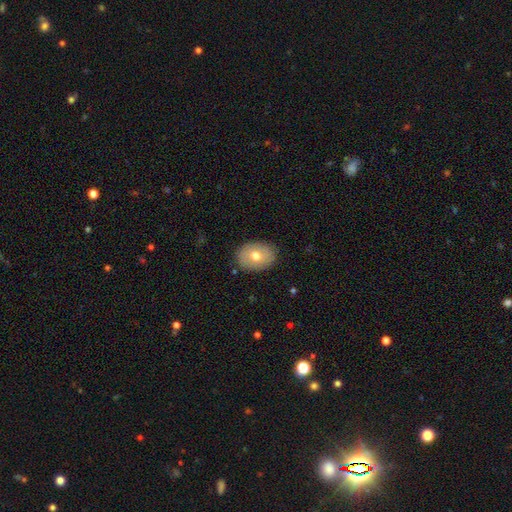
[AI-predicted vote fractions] Morphology: type=smooth (70%); roundness=in between (68%); merging=none (86%).